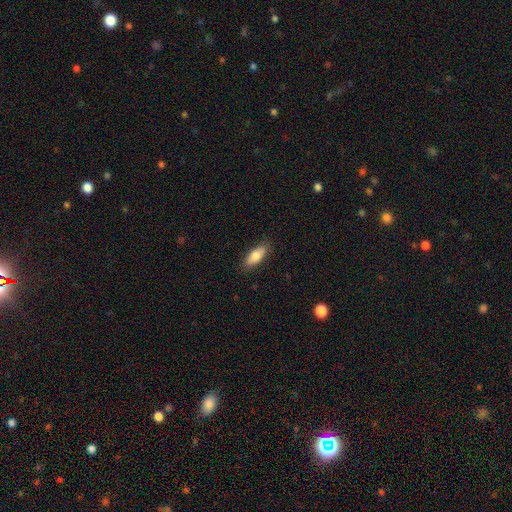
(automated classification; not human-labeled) Q: Smooth or featured?
A: smooth (78%); runner-up: featured or disk (16%)
Q: How rounded?
A: in between (78%); runner-up: cigar-shaped (20%)
Q: Merging?
A: none (84%); runner-up: minor disturbance (12%)